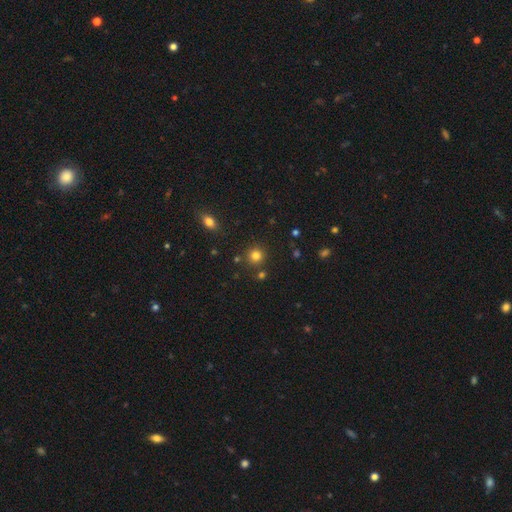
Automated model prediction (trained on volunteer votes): Smooth or featured? smooth (80%)
How rounded? round (92%)
Merging? none (85%)